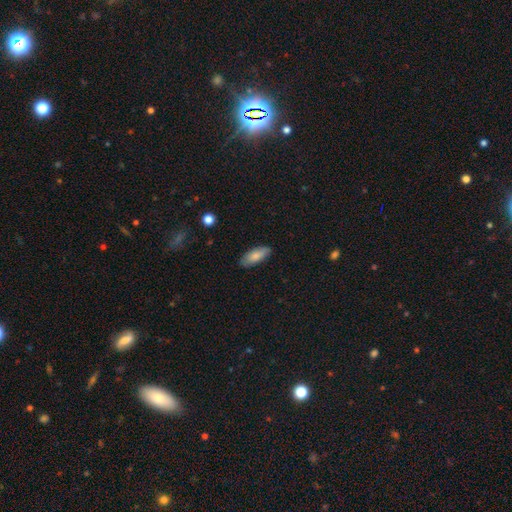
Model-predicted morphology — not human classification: A smooth galaxy with no disk features (82%) that is in between round and cigar-shaped (77%). Merging: none (85%).